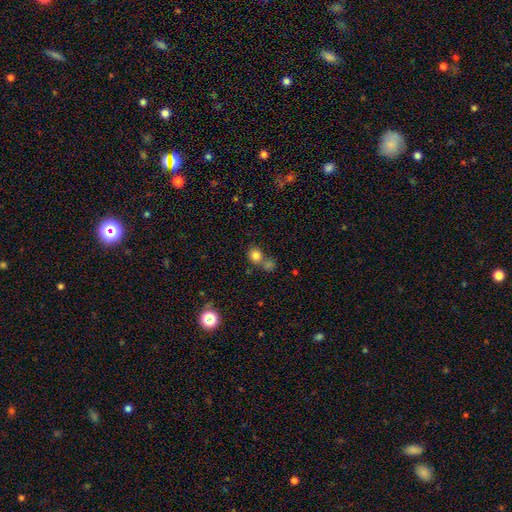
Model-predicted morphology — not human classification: This is clearly a smooth galaxy (80%). How rounded: likely round (78%). Merging: possibly none (56%).